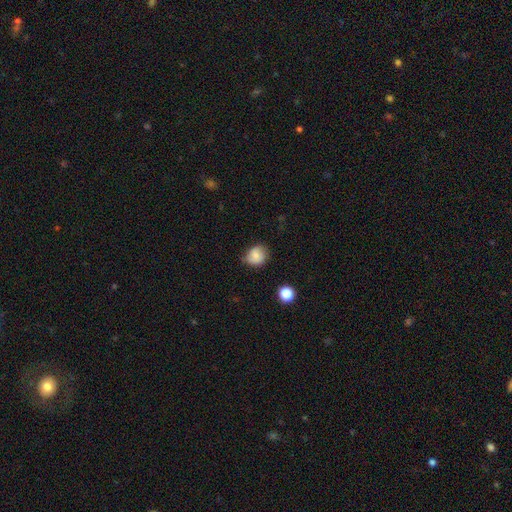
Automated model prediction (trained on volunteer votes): Smooth or featured: smooth — 75% (featured or disk — 16%)
How rounded: round — 74% (in between — 25%)
Merging: none — 64% (minor disturbance — 28%)